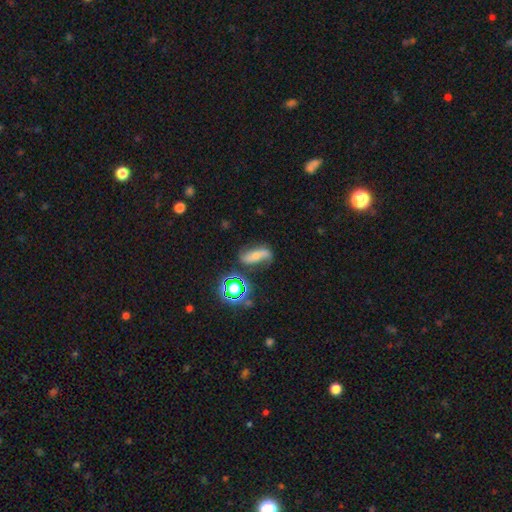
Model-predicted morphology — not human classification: Smooth or featured? featured or disk (54%)
Edge-on disk? no (89%)
Merging? none (58%)